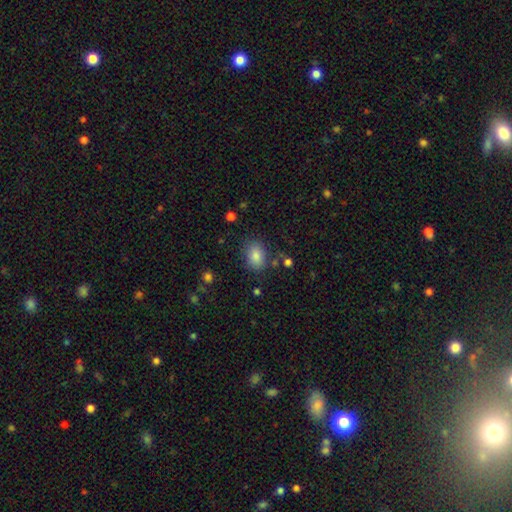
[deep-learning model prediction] Smooth or featured?
  - smooth: 84% *
  - star or artifact: 10%
  - featured or disk: 6%
How rounded?
  - in between: 74% *
  - round: 25%
  - cigar-shaped: 1%
Merging?
  - none: 79% *
  - minor disturbance: 14%
  - major disturbance: 4%
  - merger: 3%